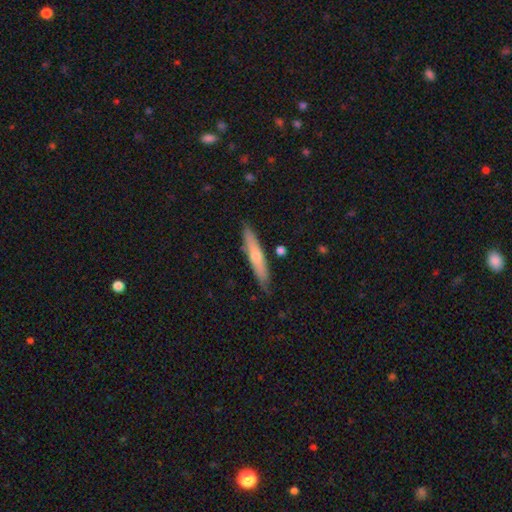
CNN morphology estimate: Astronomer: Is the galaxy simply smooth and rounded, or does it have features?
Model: smooth — 52% (runner-up: featured or disk, 42%).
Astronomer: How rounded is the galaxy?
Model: cigar-shaped — 90%.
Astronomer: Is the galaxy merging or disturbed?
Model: none — 86%.